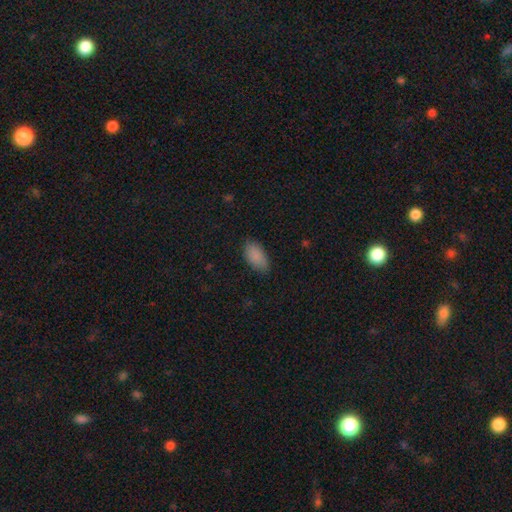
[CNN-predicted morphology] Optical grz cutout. It shows a smooth galaxy with no disk features (88%) that is in between round and cigar-shaped (94%). Merging: none (82%).